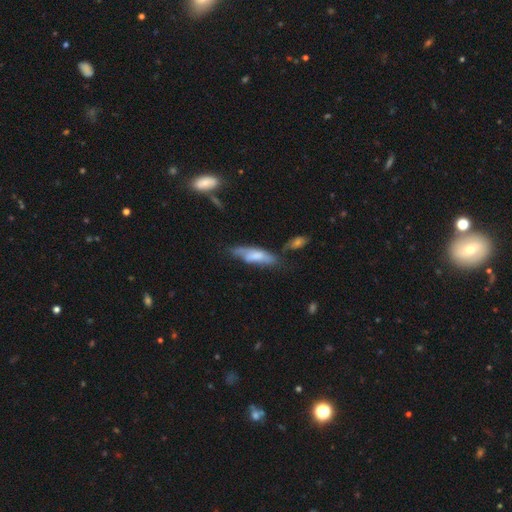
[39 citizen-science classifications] smooth-or-featured: smooth: 59% | featured or disk: 36% | star or artifact: 5%
  how-rounded: in between: 74% | cigar-shaped: 26% | round: 0%
  merging: none: 54% | minor disturbance: 19% | merger: 16% | major disturbance: 11%